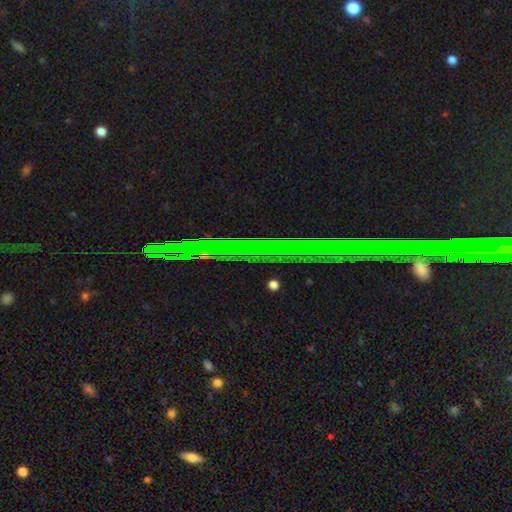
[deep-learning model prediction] Q: Smooth or featured?
A: star or artifact (80%); runner-up: featured or disk (11%)